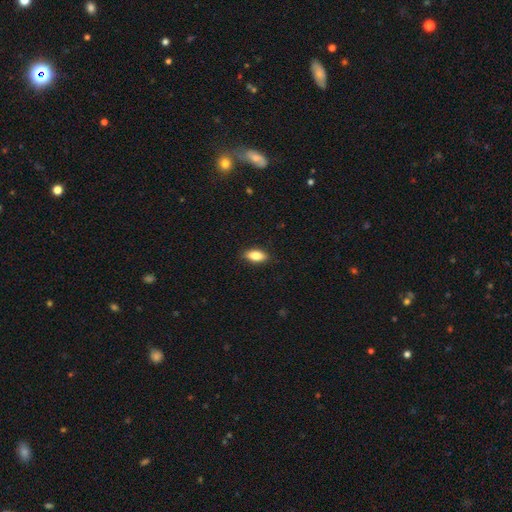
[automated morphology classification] Smooth or featured: smooth — 84% (featured or disk — 9%)
How rounded: in between — 85% (cigar-shaped — 11%)
Merging: none — 88% (minor disturbance — 9%)